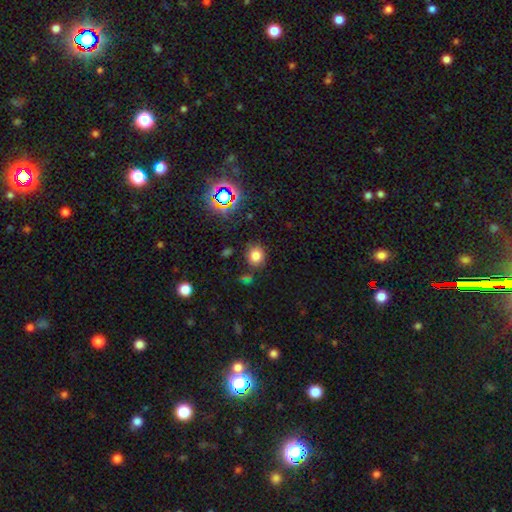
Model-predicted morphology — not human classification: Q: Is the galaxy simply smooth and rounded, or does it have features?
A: smooth — 75%.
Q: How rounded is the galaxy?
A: round — 81%.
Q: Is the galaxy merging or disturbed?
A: none — 80%.